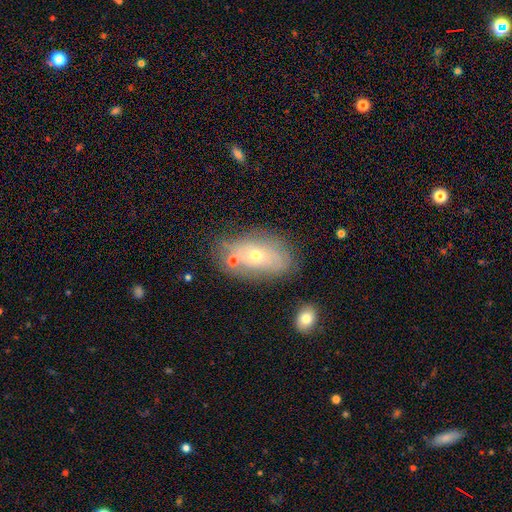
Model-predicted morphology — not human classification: type=smooth (49%); merging=none (63%).